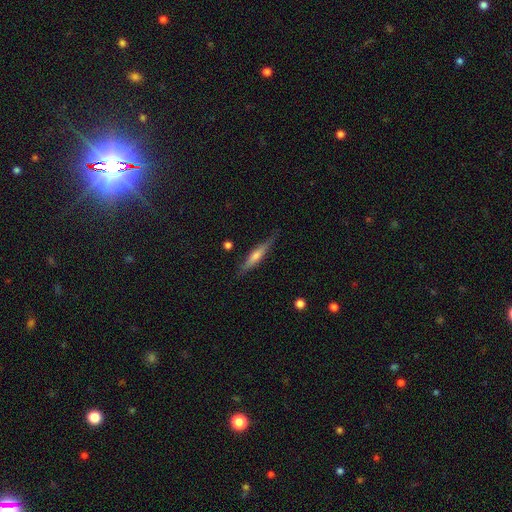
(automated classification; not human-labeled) Smooth or featured: featured or disk — 61% (smooth — 32%)
Edge-on disk: yes — 96% (no — 4%)
Edge-on bulge: rounded — 70% (none — 18%)
Merging: none — 84% (minor disturbance — 12%)